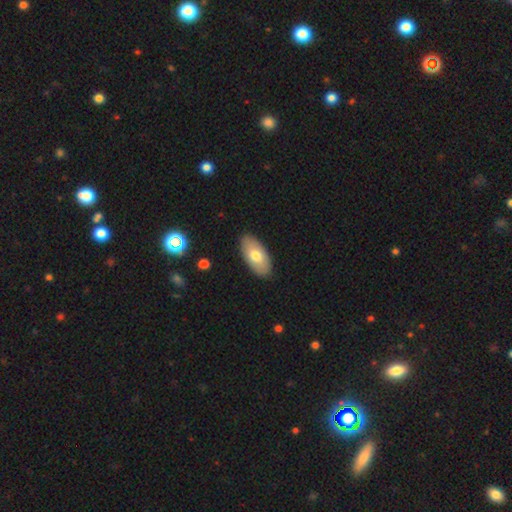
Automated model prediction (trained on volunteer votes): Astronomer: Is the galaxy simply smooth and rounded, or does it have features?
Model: smooth — 70%.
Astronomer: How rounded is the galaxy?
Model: in between — 94%.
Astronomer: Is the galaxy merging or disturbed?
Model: none — 88%.